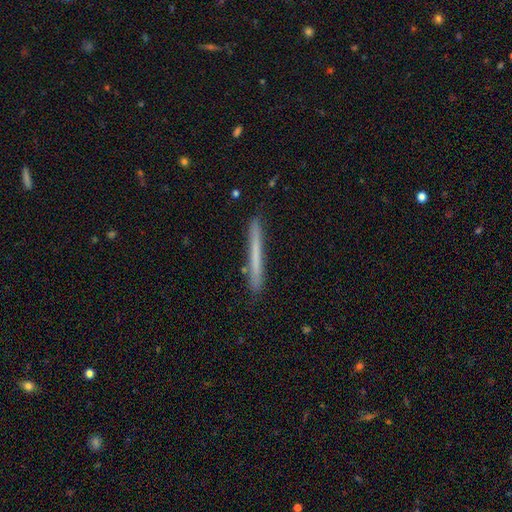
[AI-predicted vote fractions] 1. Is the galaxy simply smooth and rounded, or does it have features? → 60% smooth, 34% featured or disk, 6% star or artifact.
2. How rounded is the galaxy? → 97% cigar-shaped, 1% in between, 1% round.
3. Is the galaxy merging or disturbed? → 90% none, 7% minor disturbance, 1% major disturbance, 1% merger.